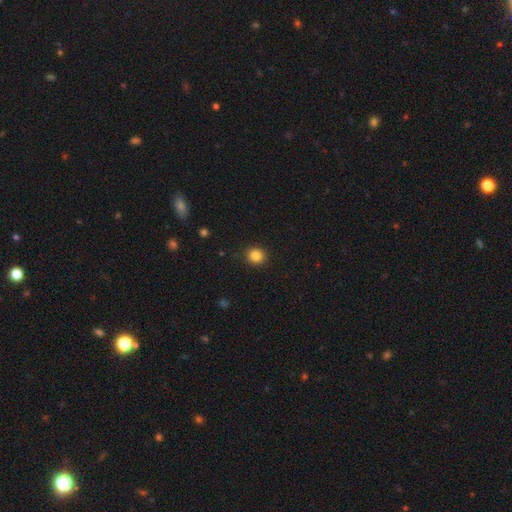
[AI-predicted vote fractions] Smooth or featured: smooth — 85% (star or artifact — 11%)
How rounded: round — 88% (in between — 11%)
Merging: none — 91% (minor disturbance — 6%)